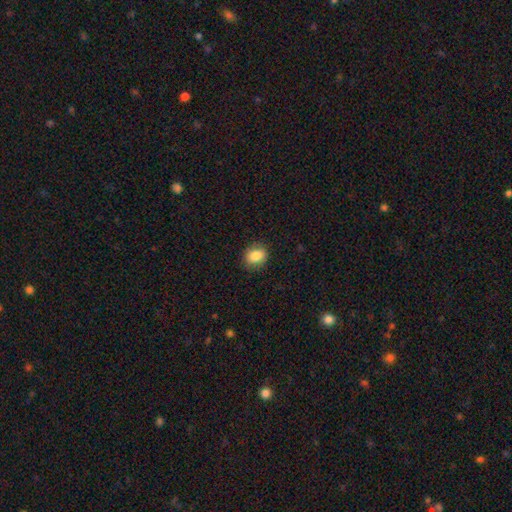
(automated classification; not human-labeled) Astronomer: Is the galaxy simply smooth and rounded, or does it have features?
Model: smooth — 85%.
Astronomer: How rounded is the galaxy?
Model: round — 50% (runner-up: in between, 49%).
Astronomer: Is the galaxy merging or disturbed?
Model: none — 84%.